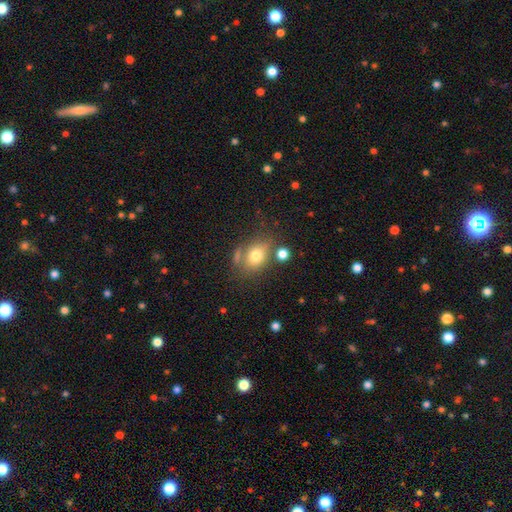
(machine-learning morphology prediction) This appears to be a smooth galaxy with no disk features (72%) that is in between round and cigar-shaped (60%). Merging: none (61%).